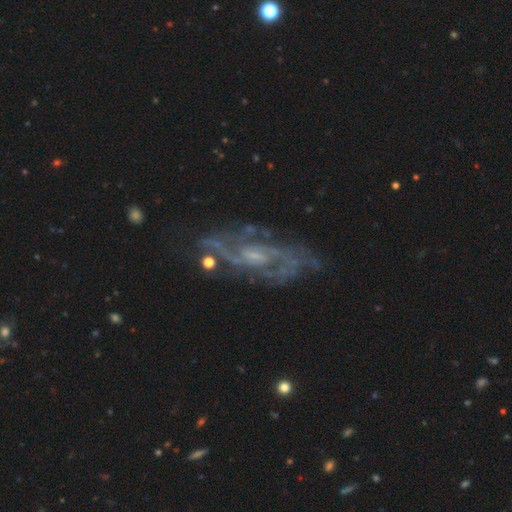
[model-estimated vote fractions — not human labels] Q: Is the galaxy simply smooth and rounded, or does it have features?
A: featured or disk — 86%.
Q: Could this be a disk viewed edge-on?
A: no — 94%.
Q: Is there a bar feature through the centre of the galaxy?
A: weak — 47%.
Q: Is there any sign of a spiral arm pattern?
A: yes — 93%.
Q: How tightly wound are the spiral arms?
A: medium — 50%.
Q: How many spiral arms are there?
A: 2 — 48%.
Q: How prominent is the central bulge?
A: small — 56%.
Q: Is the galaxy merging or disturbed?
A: none — 66%.